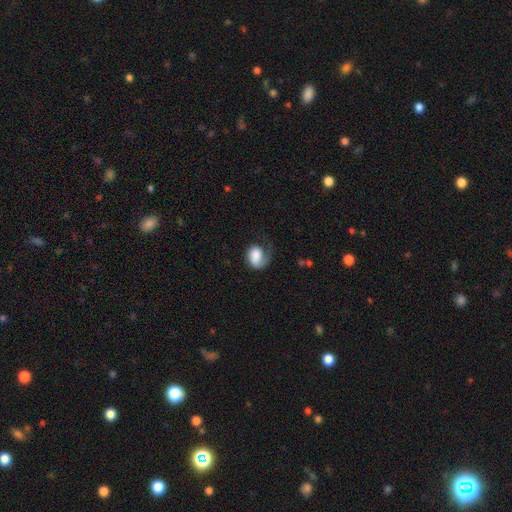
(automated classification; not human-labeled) This appears to be a smooth galaxy with no disk features (58%) that is in between round and cigar-shaped (65%). Merging: major disturbance (37%).